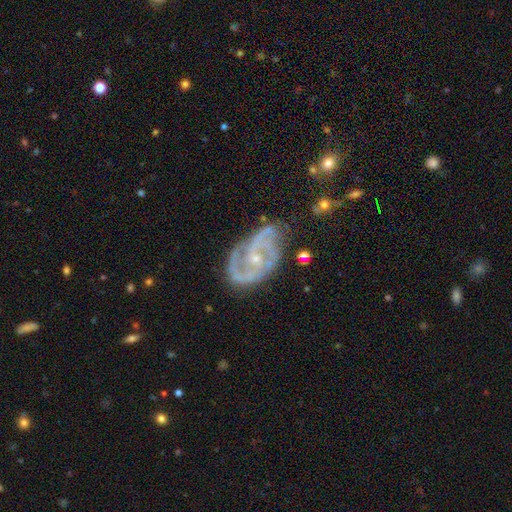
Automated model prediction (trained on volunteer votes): Smooth or featured? Predicted: featured or disk (p=0.88). Edge-on disk? Predicted: no (p=0.97). Bar? Predicted: no (p=0.56). Spiral arms? Predicted: yes (p=0.97). Spiral winding? Predicted: tight (p=0.47). Spiral arm count? Predicted: 2 (p=0.60). Bulge size? Predicted: small (p=0.68). Merging? Predicted: none (p=0.66).